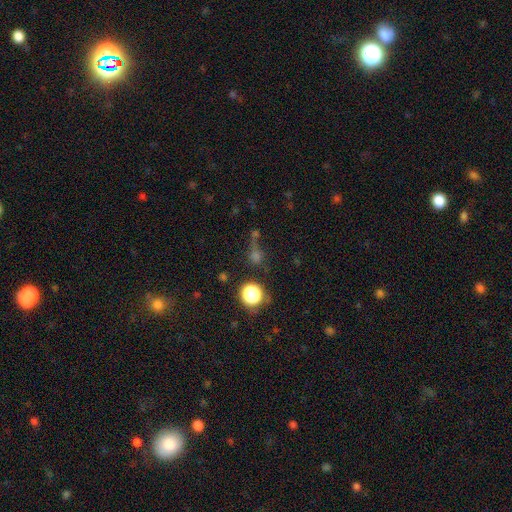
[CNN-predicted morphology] type=smooth (50%); merging=none (54%).